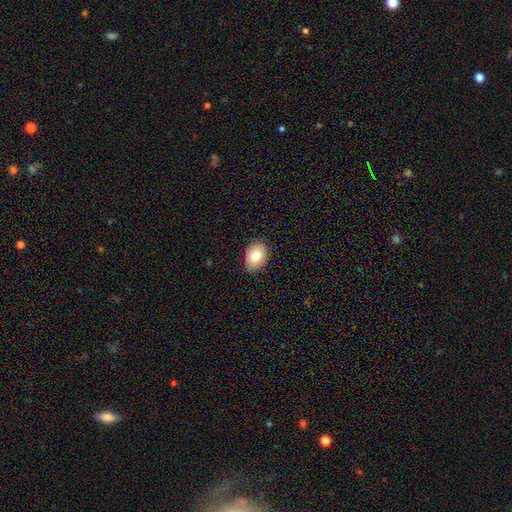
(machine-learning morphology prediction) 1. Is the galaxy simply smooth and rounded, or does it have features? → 78% smooth, 14% featured or disk, 8% star or artifact.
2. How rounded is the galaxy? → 68% in between, 32% round, 1% cigar-shaped.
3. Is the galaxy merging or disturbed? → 86% none, 11% minor disturbance, 2% major disturbance, 1% merger.